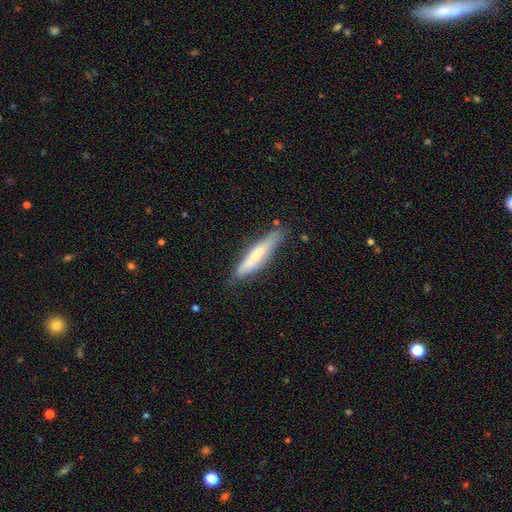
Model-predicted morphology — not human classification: A smooth galaxy with no disk features (50%) that is cigar-shaped (83%). Merging: none (79%).